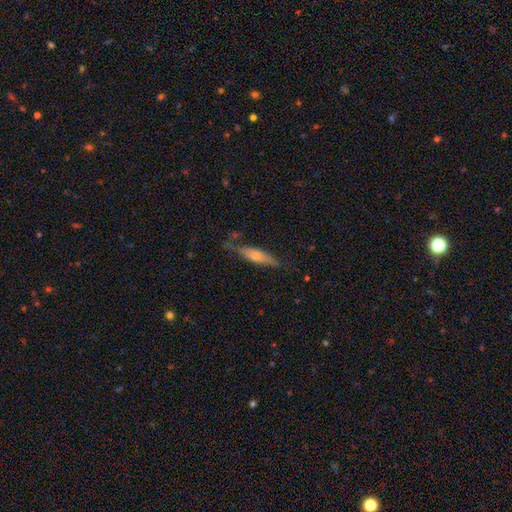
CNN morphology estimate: Smooth or featured?
  - smooth: 50% *
  - featured or disk: 43%
  - star or artifact: 7%
How rounded?
  - cigar-shaped: 70% *
  - in between: 28%
  - round: 2%
Merging?
  - none: 65% *
  - minor disturbance: 24%
  - major disturbance: 8%
  - merger: 3%